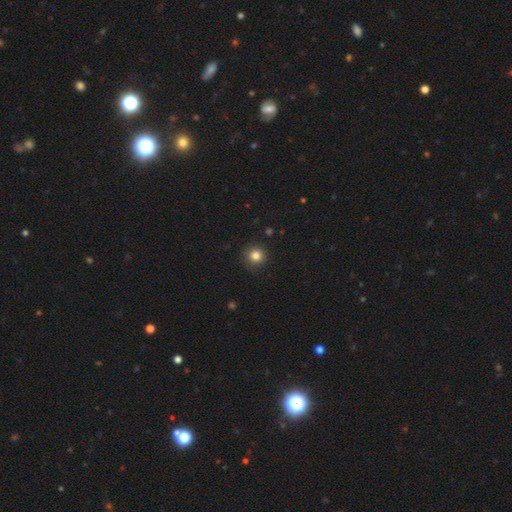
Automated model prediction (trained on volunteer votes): A smooth galaxy with no disk features (83%) that is round (93%). Merging: none (89%).